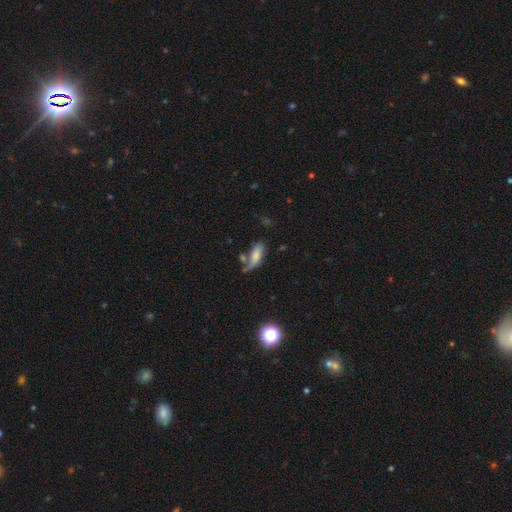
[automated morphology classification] Smooth or featured: smooth — 71% (featured or disk — 20%)
How rounded: in between — 69% (cigar-shaped — 28%)
Merging: none — 41% (minor disturbance — 24%)